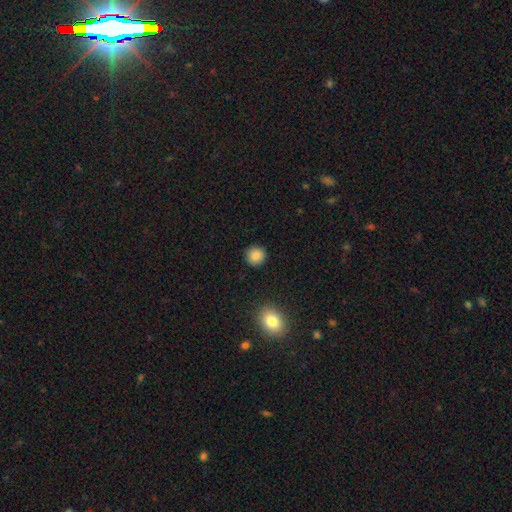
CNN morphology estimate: This appears to be a smooth galaxy with no disk features (86%) that is round (92%). Merging: none (91%).